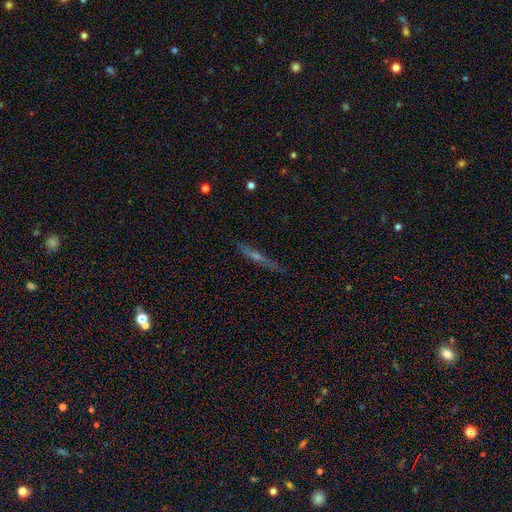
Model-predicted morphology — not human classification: Smooth or featured? Predicted: featured or disk (p=0.64). Edge-on disk? Predicted: yes (p=0.93). Edge-on bulge? Predicted: rounded (p=0.69). Merging? Predicted: none (p=0.85).